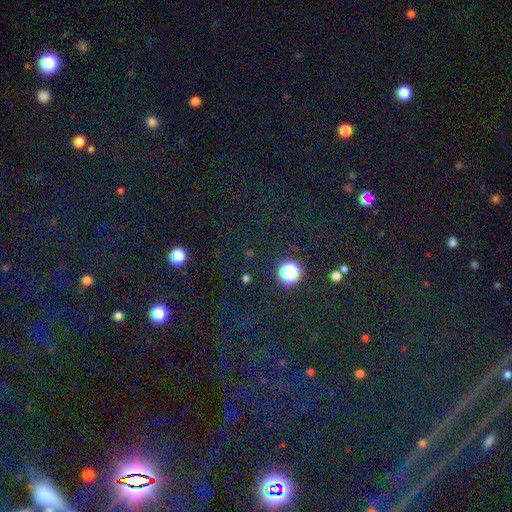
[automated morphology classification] A star or artifact, not a galaxy (79%).

Vote fractions:
- Smooth or featured? star or artifact: 79% / smooth: 13% / featured or disk: 8%